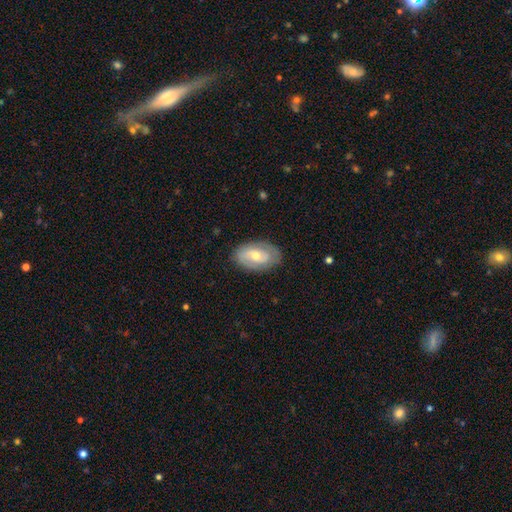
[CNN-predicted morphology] smooth-or-featured: featured or disk: 58% | smooth: 36% | star or artifact: 6%
  disk-edge-on: no: 93% | yes: 7%
    bar: no: 59% | weak: 32% | strong: 9%
    has-spiral-arms: yes: 64% | no: 36%
    bulge-size: moderate: 58% | small: 37% | large: 3% | none: 1% | dominant: 1%
  merging: none: 78% | minor disturbance: 16% | major disturbance: 5% | merger: 1%